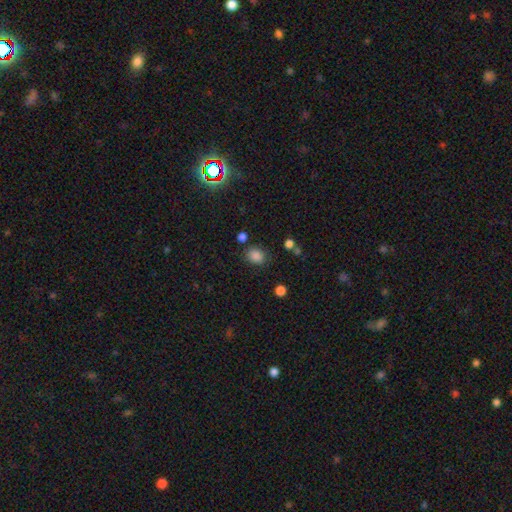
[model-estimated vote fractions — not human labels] Morphology: type=smooth (84%); roundness=round (56%); merging=none (75%).